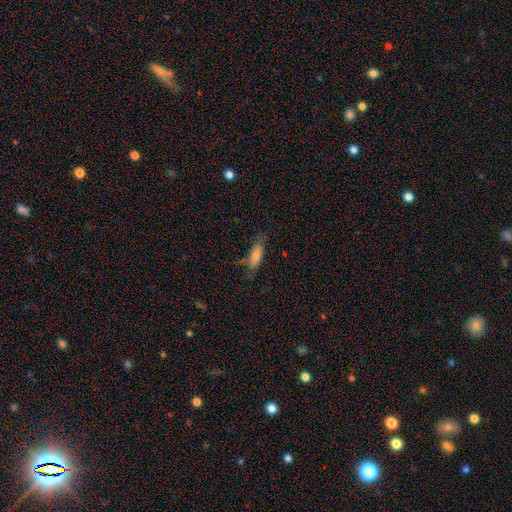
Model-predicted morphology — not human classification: Overall: smooth (74%). How rounded: cigar-shaped (51%; in between 47%). Merging: none (65%).